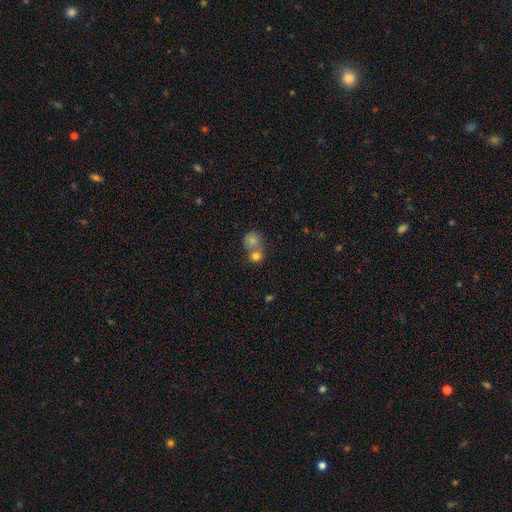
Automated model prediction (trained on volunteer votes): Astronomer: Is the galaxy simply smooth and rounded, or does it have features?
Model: smooth — 78%.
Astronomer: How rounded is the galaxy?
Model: round — 79%.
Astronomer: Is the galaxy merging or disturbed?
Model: merger — 56% (runner-up: none, 34%).